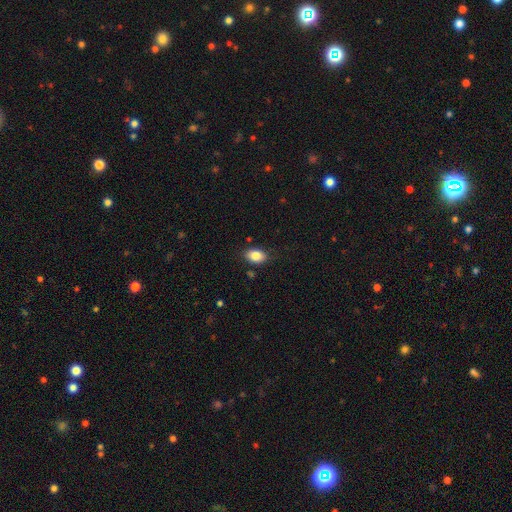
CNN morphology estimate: Smooth or featured? Predicted: smooth (p=0.85). How rounded? Predicted: in between (p=0.85). Merging? Predicted: none (p=0.83).